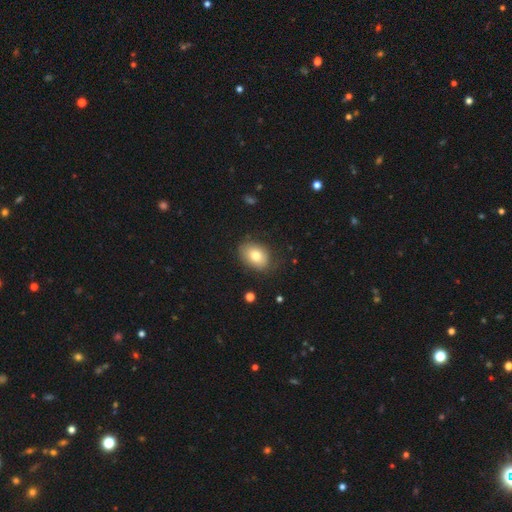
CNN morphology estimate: smooth-or-featured: smooth: 78% | featured or disk: 14% | star or artifact: 9%
  how-rounded: in between: 73% | round: 26% | cigar-shaped: 1%
  merging: none: 79% | minor disturbance: 16% | major disturbance: 4% | merger: 1%